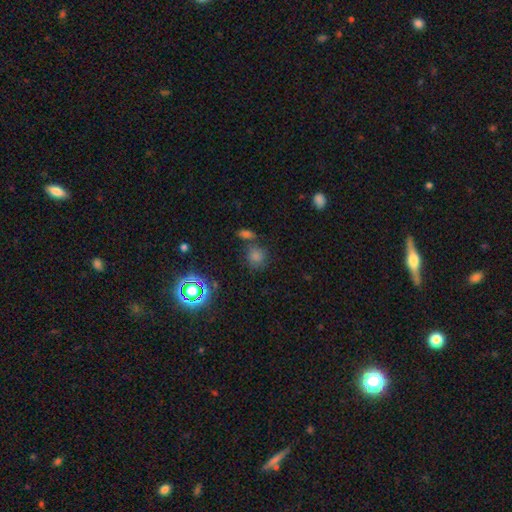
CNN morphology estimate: Q: Smooth or featured?
A: smooth (60%); runner-up: star or artifact (32%)
Q: How rounded?
A: round (86%); runner-up: in between (12%)
Q: Merging?
A: none (67%); runner-up: merger (20%)